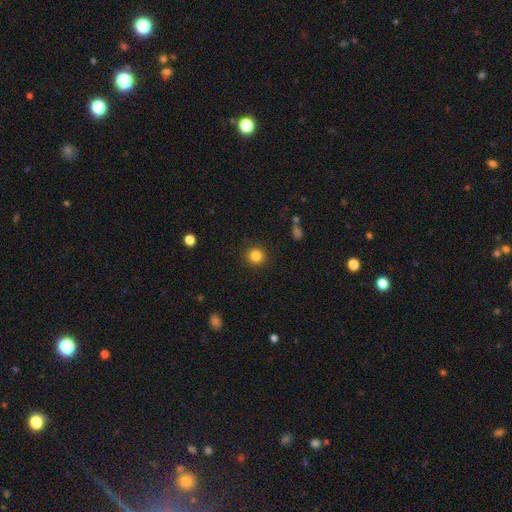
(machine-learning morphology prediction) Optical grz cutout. It shows a smooth galaxy with no disk features (83%) that is round (92%). Merging: none (91%).